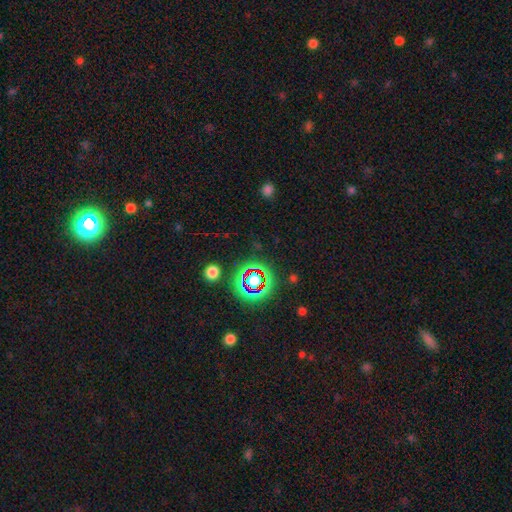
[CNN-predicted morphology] Q: Smooth or featured?
A: star or artifact (70%); runner-up: smooth (16%)